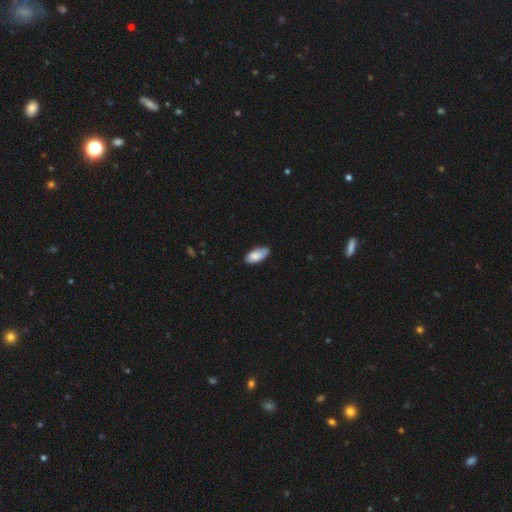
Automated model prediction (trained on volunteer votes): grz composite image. It shows a smooth galaxy with no disk features (80%) that is in between round and cigar-shaped (91%). Merging: none (67%).